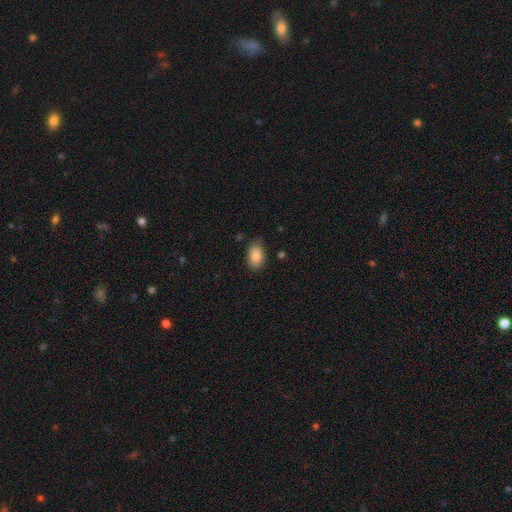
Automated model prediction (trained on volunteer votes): Smooth or featured? Predicted: smooth (p=0.87). How rounded? Predicted: in between (p=0.91). Merging? Predicted: none (p=0.77).